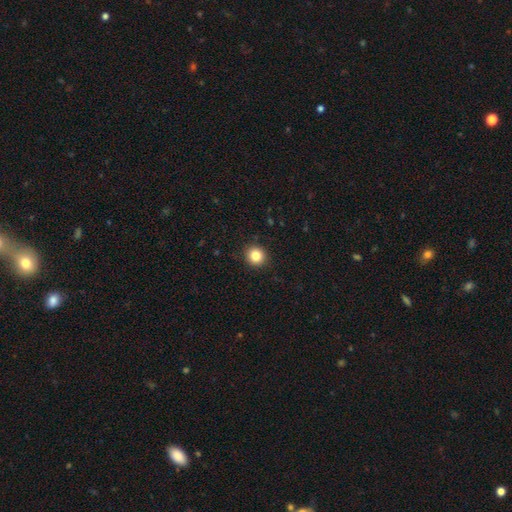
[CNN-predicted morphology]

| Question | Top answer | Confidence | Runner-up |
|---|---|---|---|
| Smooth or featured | smooth | 84% | star or artifact (11%) |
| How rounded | round | 91% | in between (8%) |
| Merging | none | 92% | minor disturbance (5%) |